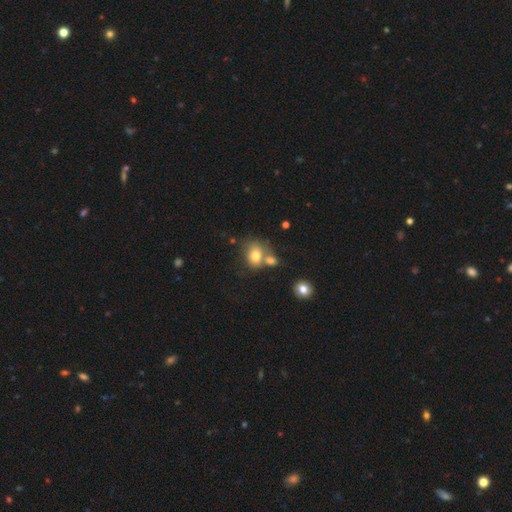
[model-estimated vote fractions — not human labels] Smooth or featured?
  - smooth: 76% *
  - featured or disk: 13%
  - star or artifact: 10%
How rounded?
  - in between: 53% *
  - round: 46%
  - cigar-shaped: 1%
Merging?
  - none: 44% *
  - merger: 37%
  - minor disturbance: 14%
  - major disturbance: 6%